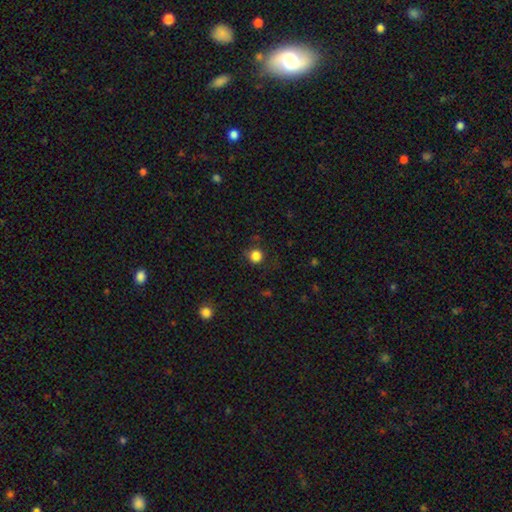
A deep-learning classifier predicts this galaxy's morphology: Smooth or featured? smooth (84%)
How rounded? round (91%)
Merging? none (83%)